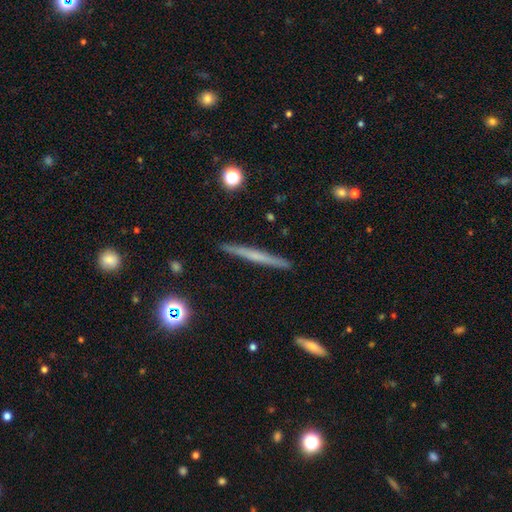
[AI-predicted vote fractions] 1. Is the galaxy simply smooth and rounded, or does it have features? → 52% featured or disk, 38% smooth, 10% star or artifact.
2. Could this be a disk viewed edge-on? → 97% yes, 3% no.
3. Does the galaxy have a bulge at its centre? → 65% none, 29% rounded, 6% boxy.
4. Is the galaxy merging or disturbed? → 91% none, 6% minor disturbance, 1% major disturbance, 1% merger.